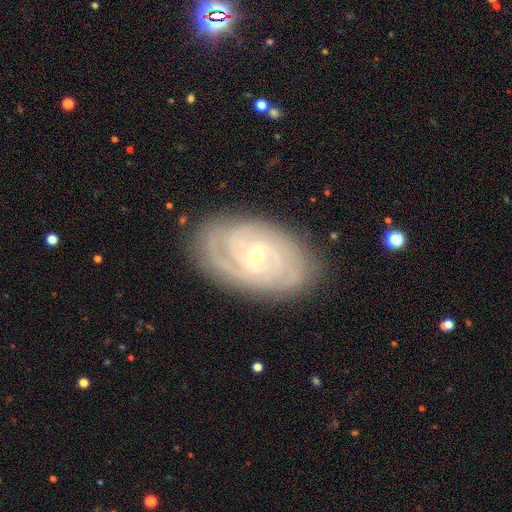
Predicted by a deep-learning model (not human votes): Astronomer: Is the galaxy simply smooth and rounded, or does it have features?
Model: featured or disk — 86%.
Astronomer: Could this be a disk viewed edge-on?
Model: no — 96%.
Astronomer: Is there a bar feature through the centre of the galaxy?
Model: no — 60%.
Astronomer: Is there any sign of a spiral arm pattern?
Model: yes — 97%.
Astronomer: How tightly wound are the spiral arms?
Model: tight — 77%.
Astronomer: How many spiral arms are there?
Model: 3 — 25%, tied with can't tell at 25%.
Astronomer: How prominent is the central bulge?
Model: small — 70%.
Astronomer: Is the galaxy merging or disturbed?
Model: none — 83%.